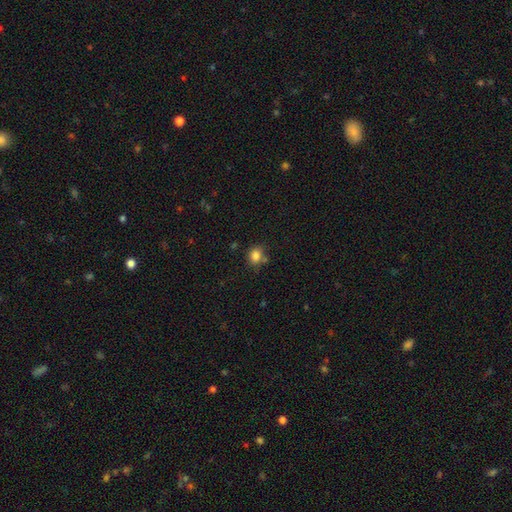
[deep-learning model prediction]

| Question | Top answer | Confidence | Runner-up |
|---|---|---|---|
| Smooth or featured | smooth | 83% | star or artifact (11%) |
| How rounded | round | 70% | in between (29%) |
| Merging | none | 69% | minor disturbance (16%) |